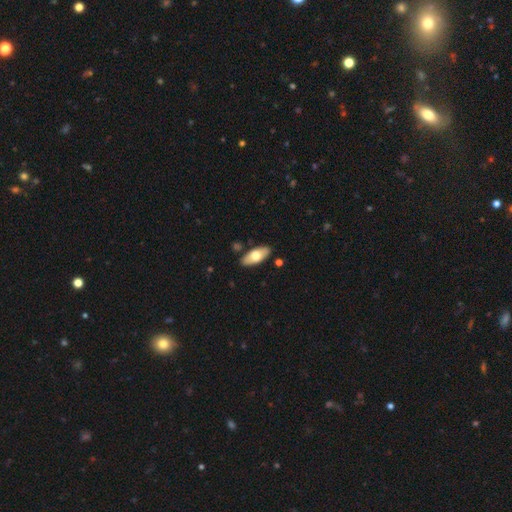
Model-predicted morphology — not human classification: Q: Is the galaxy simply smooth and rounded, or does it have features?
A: smooth — 66%.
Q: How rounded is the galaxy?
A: in between — 86%.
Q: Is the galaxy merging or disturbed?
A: none — 86%.